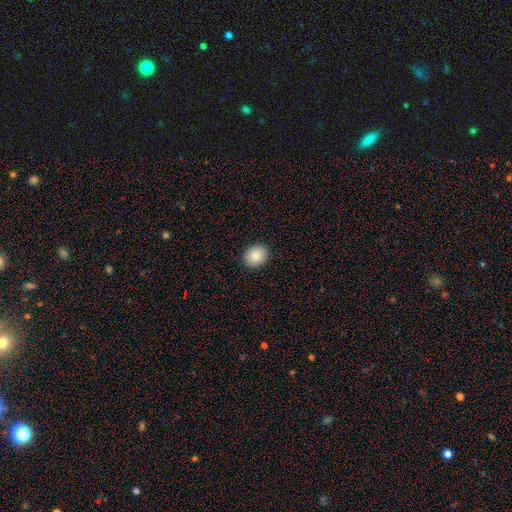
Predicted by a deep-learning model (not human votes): Smooth or featured: smooth — 85% (star or artifact — 9%)
How rounded: round — 72% (in between — 27%)
Merging: none — 92% (minor disturbance — 6%)